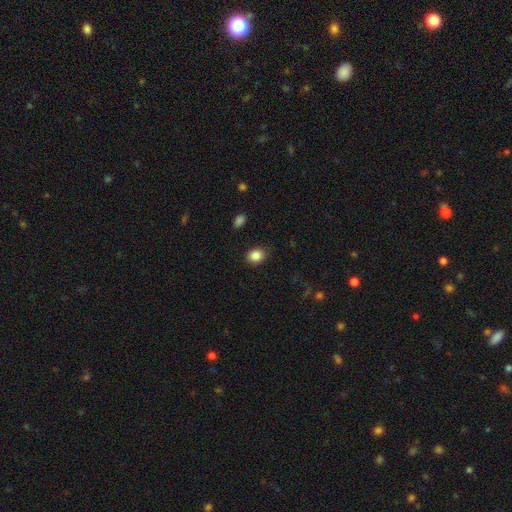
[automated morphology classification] Overall: smooth (86%). How rounded: in between (54%; round 45%). Merging: none (84%).